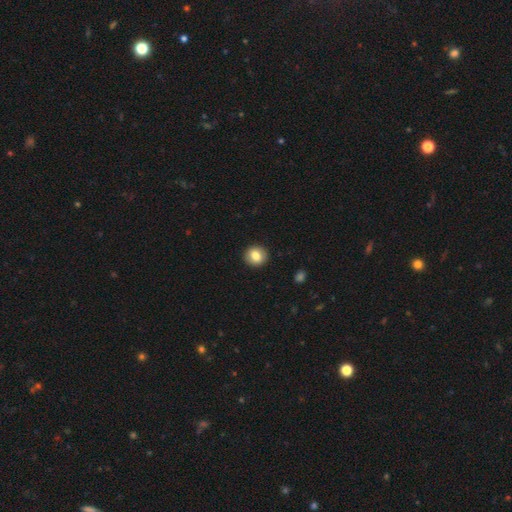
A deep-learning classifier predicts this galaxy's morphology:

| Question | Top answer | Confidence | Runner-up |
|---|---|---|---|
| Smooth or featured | smooth | 81% | featured or disk (11%) |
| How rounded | round | 86% | in between (13%) |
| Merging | none | 92% | minor disturbance (5%) |